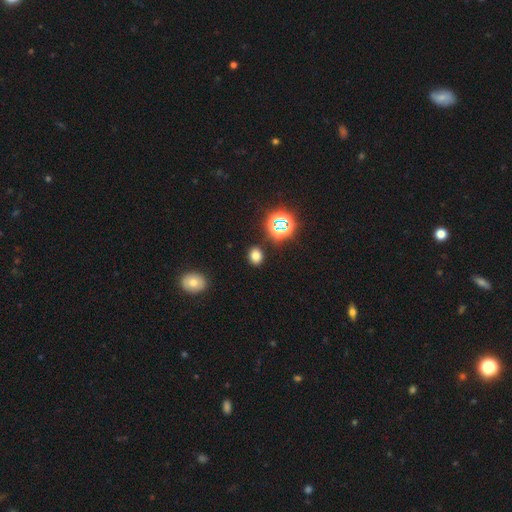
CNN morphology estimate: Overall: smooth (72%). How rounded: in between (51%; round 48%). Merging: none (87%).